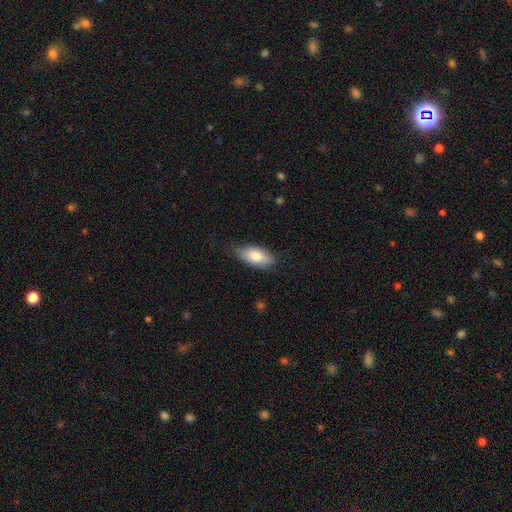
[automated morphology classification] smooth-or-featured: smooth: 78% | featured or disk: 16% | star or artifact: 6%
  how-rounded: in between: 89% | cigar-shaped: 8% | round: 3%
  merging: none: 72% | minor disturbance: 23% | major disturbance: 4% | merger: 1%